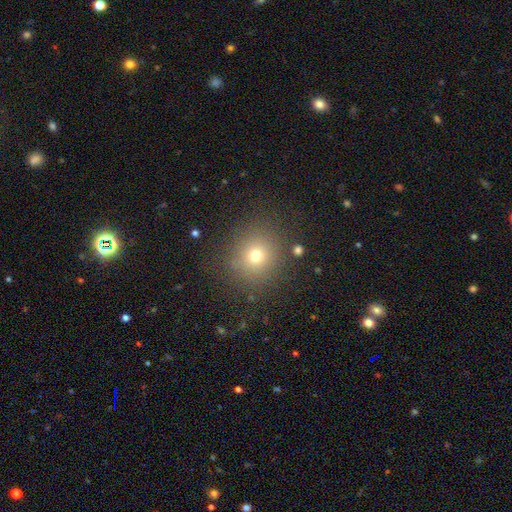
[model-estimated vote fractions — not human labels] Q: Smooth or featured?
A: smooth (70%); runner-up: star or artifact (19%)
Q: How rounded?
A: round (89%); runner-up: in between (10%)
Q: Merging?
A: none (85%); runner-up: minor disturbance (9%)